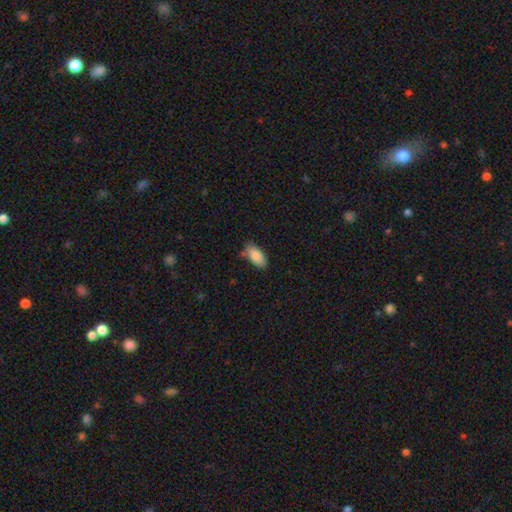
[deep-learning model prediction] Overall: smooth (87%). How rounded: in between (93%). Merging: none (69%).